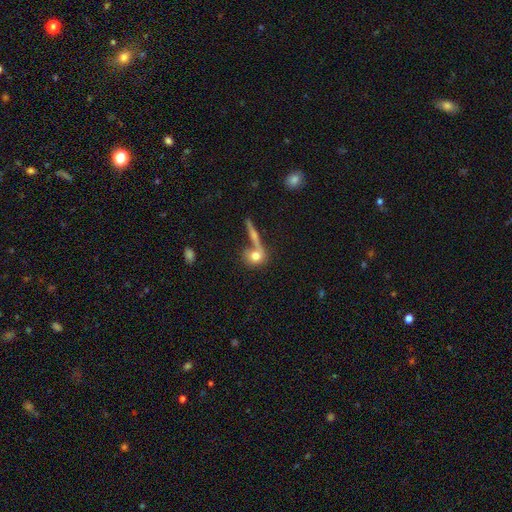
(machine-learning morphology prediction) smooth_or_featured: smooth (p=0.71) [alt: featured or disk p=0.19]
how_rounded: round (p=0.69) [alt: in between p=0.24]
merging: none (p=0.49) [alt: merger p=0.33]